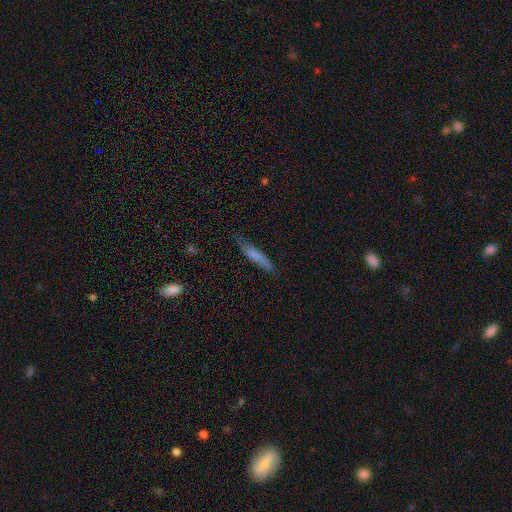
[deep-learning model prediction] Smooth or featured: smooth — 68% (featured or disk — 25%)
How rounded: cigar-shaped — 87% (in between — 12%)
Merging: none — 65% (minor disturbance — 26%)